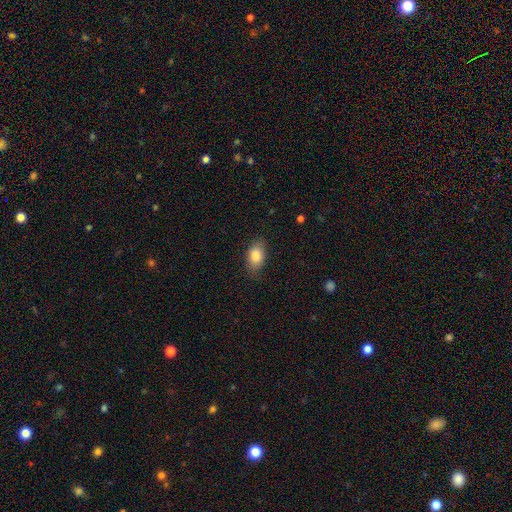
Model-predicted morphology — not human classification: Smooth or featured: smooth — 84% (featured or disk — 9%)
How rounded: in between — 89% (round — 9%)
Merging: none — 84% (minor disturbance — 12%)